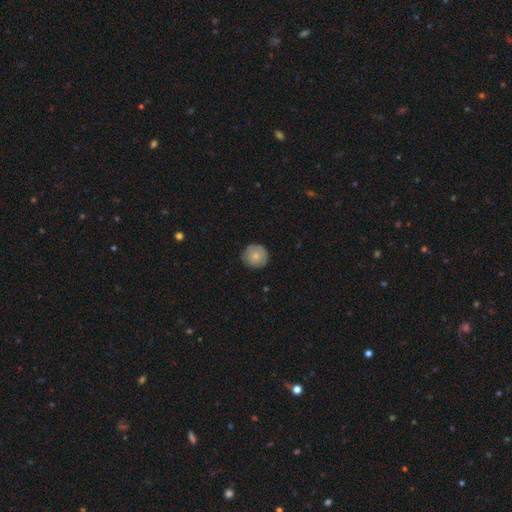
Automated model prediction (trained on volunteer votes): smooth_or_featured: smooth (p=0.76) [alt: featured or disk p=0.17]
how_rounded: round (p=0.94) [alt: in between p=0.05]
merging: none (p=0.86) [alt: minor disturbance p=0.11]